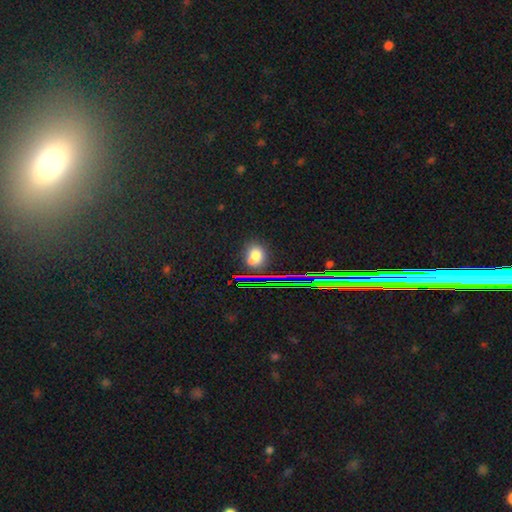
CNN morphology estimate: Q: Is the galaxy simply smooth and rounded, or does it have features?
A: smooth — 68%.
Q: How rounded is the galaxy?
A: in between — 61%.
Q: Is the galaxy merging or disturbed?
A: none — 70%.